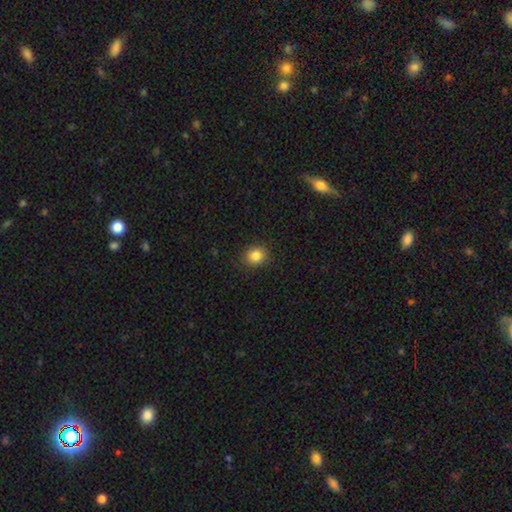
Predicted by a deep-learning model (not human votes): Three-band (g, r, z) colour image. It shows a smooth galaxy with no disk features (85%) that is round (78%). Merging: none (89%).